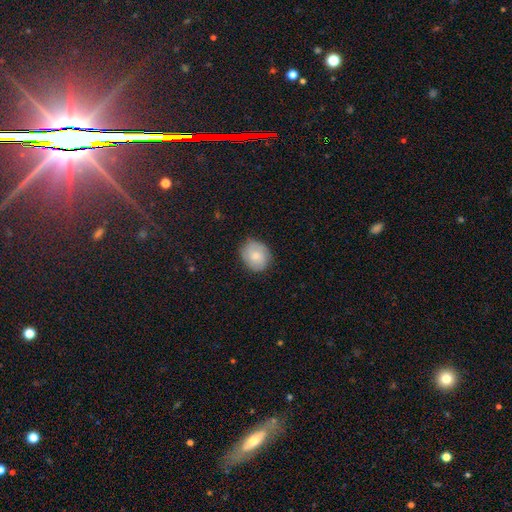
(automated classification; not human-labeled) smooth-or-featured: smooth: 68% | featured or disk: 25% | star or artifact: 7%
  how-rounded: round: 61% | in between: 38% | cigar-shaped: 1%
  merging: none: 81% | minor disturbance: 15% | major disturbance: 3% | merger: 1%